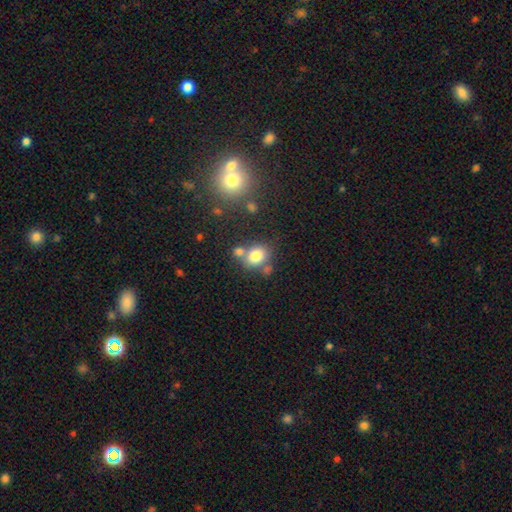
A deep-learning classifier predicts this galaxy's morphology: Q: Smooth or featured?
A: smooth (78%); runner-up: star or artifact (11%)
Q: How rounded?
A: round (56%); runner-up: in between (43%)
Q: Merging?
A: none (56%); runner-up: merger (26%)